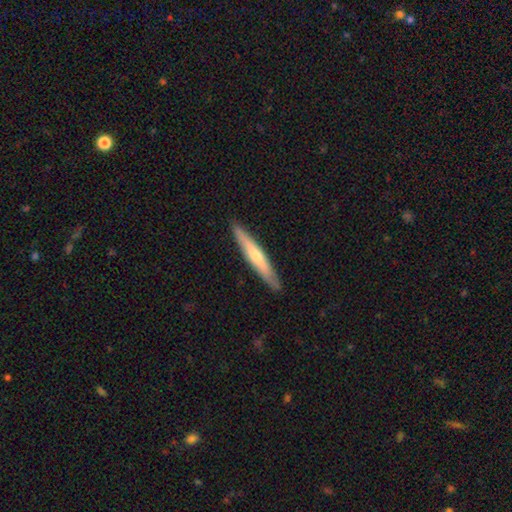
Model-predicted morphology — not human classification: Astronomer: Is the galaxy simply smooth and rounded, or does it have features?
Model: featured or disk — 49% (runner-up: smooth, 45%).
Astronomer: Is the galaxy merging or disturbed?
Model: none — 90%.